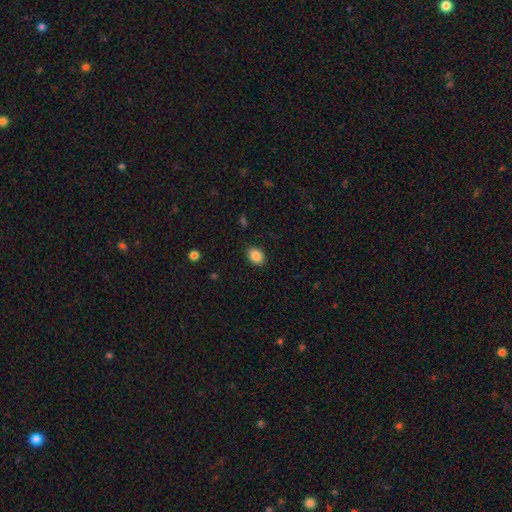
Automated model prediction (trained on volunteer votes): Smooth or featured?
  - smooth: 88% *
  - star or artifact: 8%
  - featured or disk: 4%
How rounded?
  - in between: 73% *
  - round: 26%
  - cigar-shaped: 1%
Merging?
  - none: 87% *
  - minor disturbance: 10%
  - major disturbance: 2%
  - merger: 1%